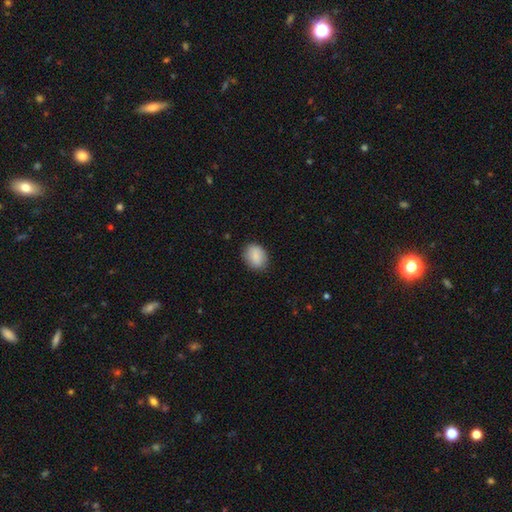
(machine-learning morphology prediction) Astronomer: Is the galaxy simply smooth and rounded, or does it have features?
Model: smooth — 87%.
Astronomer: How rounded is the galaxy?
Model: in between — 62%.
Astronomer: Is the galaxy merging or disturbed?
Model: none — 84%.